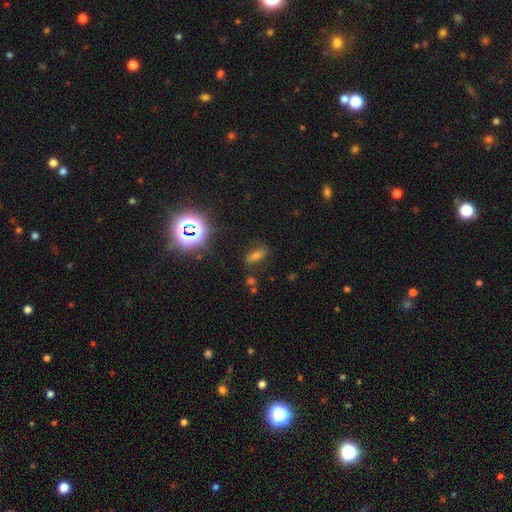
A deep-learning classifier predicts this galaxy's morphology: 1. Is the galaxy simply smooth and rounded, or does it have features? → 48% smooth, 31% star or artifact, 21% featured or disk.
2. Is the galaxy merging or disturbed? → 74% none, 17% minor disturbance, 6% major disturbance, 3% merger.